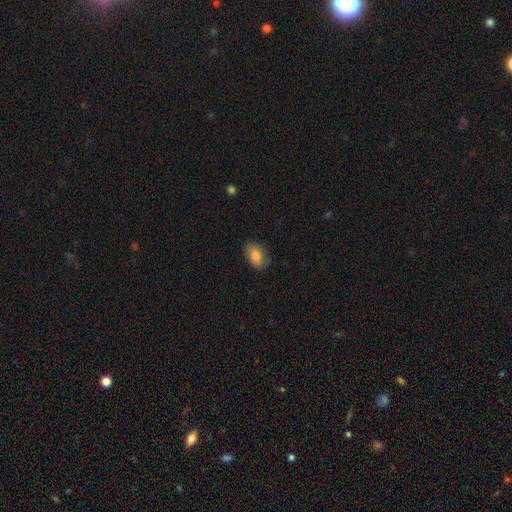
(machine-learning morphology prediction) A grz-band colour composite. It shows a smooth galaxy with no disk features (82%) that is in between round and cigar-shaped (88%). Merging: none (81%).